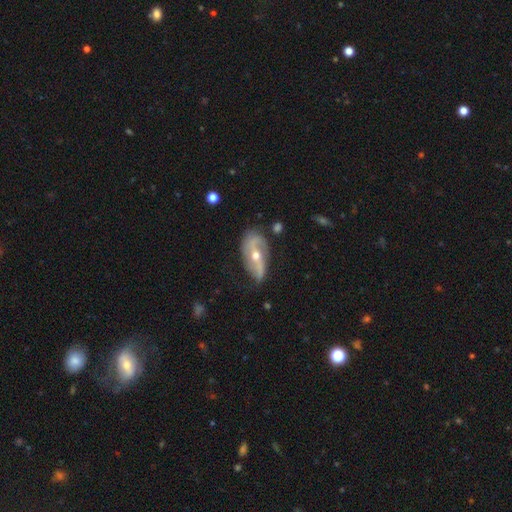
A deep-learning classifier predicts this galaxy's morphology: A featured or disk galaxy (78%) with no bar (39%), 2 (84%) loose (62%) spiral arms (85%) and a moderate central bulge (63%).

Vote fractions:
- Smooth or featured? featured or disk: 78% / smooth: 16% / star or artifact: 6%
- Edge-on disk? no: 90% / yes: 10%
- Bar? no: 39% / weak: 31% / strong: 30%
- Spiral arms? yes: 85% / no: 15%
- Spiral winding? loose: 62% / medium: 25% / tight: 12%
- Spiral arm count? 2: 84% / can't tell: 8% / 1: 4% / 3: 2% / 4: 1% / more than 4: 1%
- Bulge size? moderate: 63% / small: 33% / large: 2% / none: 1% / dominant: 1%
- Merging? none: 55% / minor disturbance: 30% / major disturbance: 12% / merger: 3%